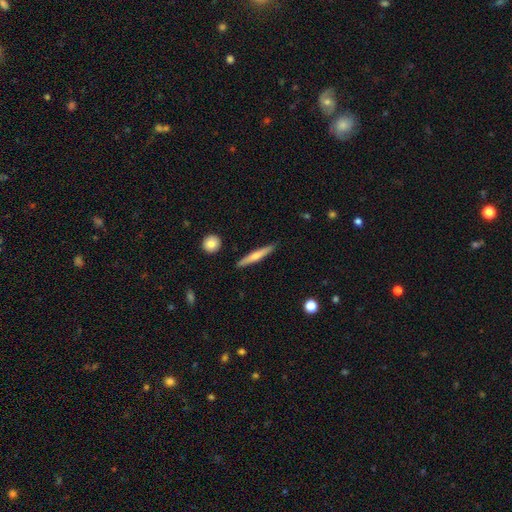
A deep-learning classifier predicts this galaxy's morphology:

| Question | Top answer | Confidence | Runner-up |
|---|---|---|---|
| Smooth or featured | smooth | 52% | featured or disk (43%) |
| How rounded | cigar-shaped | 92% | in between (6%) |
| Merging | none | 88% | minor disturbance (8%) |